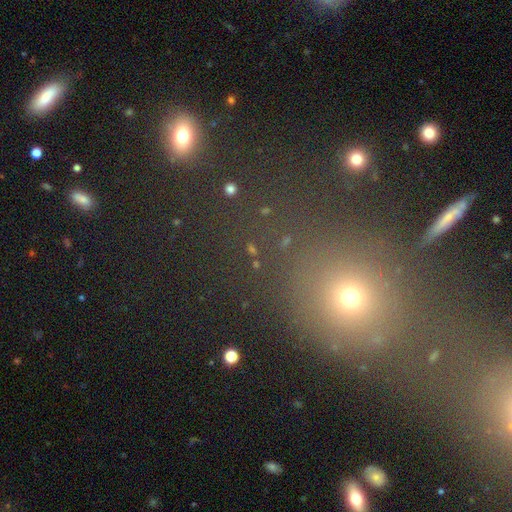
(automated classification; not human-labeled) This is possibly a smooth galaxy (49%). Merging: likely none (72%).